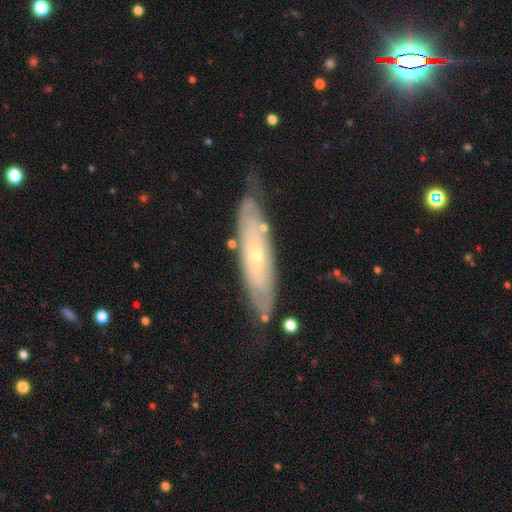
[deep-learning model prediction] This appears to be a featured or disk galaxy (66%). Merging: none (73%).